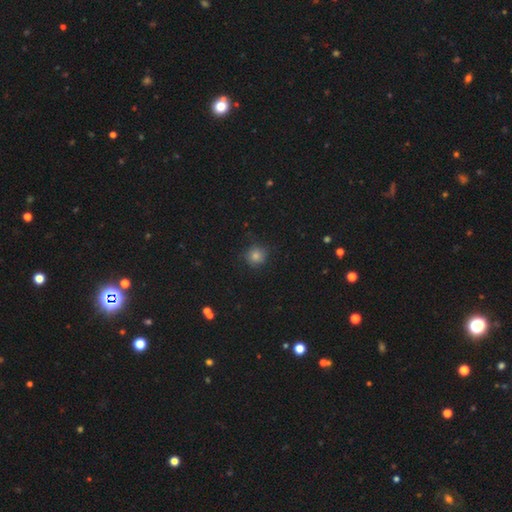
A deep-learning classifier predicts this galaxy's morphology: smooth-or-featured: smooth: 73% | star or artifact: 19% | featured or disk: 7%
  how-rounded: round: 92% | in between: 7% | cigar-shaped: 1%
  merging: none: 84% | minor disturbance: 11% | major disturbance: 3% | merger: 1%